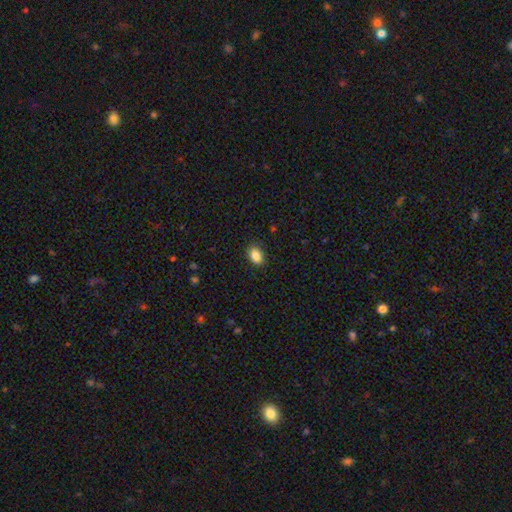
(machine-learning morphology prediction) smooth-or-featured: smooth: 87% | star or artifact: 8% | featured or disk: 5%
  how-rounded: in between: 80% | round: 19% | cigar-shaped: 1%
  merging: none: 87% | minor disturbance: 10% | major disturbance: 2% | merger: 1%